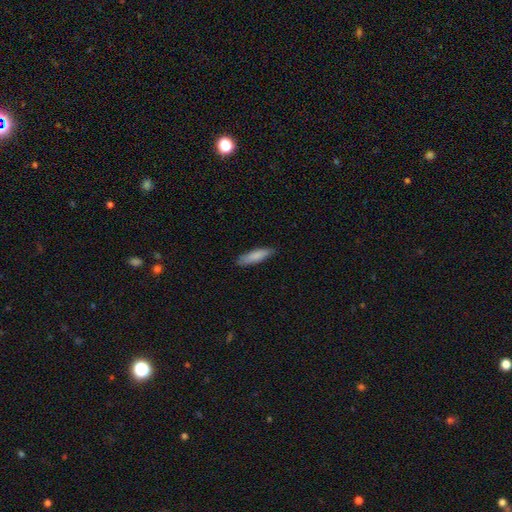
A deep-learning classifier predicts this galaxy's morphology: This appears to be a smooth galaxy with no disk features (83%) that is cigar-shaped (69%). Merging: none (85%).